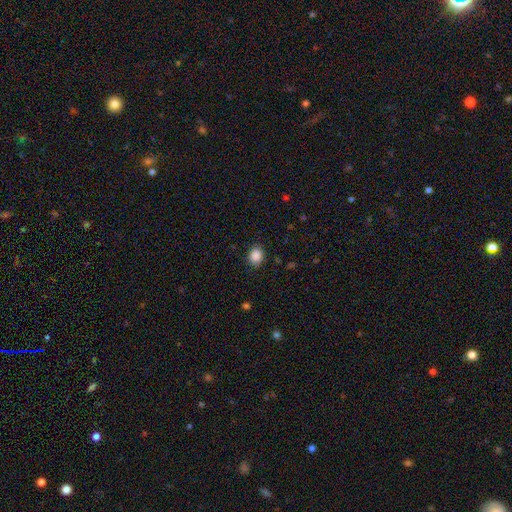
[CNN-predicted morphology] This appears to be a smooth galaxy with no disk features (88%) that is round (50%). Merging: none (87%).